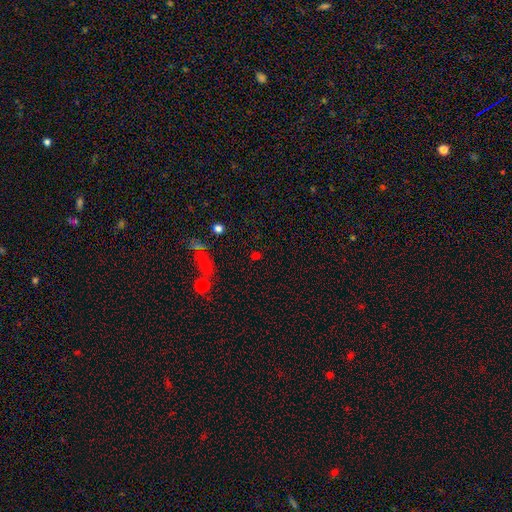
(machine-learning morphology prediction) smooth-or-featured: smooth: 51% | star or artifact: 40% | featured or disk: 8%
  how-rounded: round: 69% | in between: 26% | cigar-shaped: 5%
  merging: none: 77% | minor disturbance: 10% | merger: 7% | major disturbance: 6%